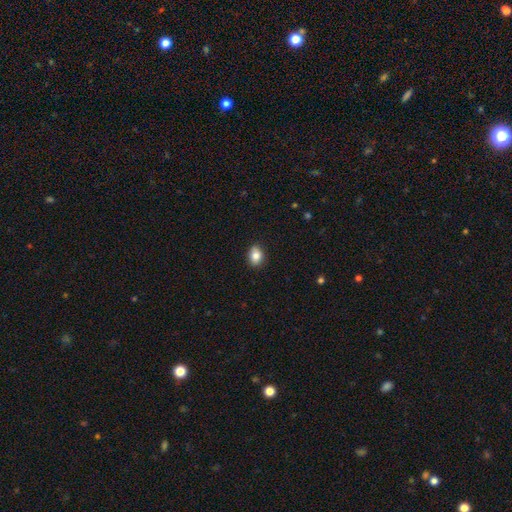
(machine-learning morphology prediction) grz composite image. It shows a smooth galaxy with no disk features (84%) that is in between round and cigar-shaped (67%). Merging: none (84%).